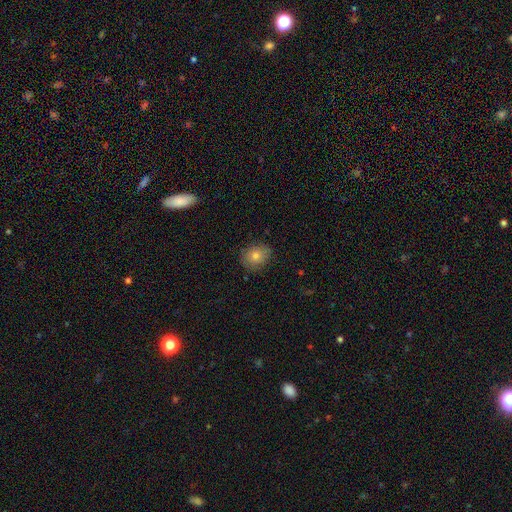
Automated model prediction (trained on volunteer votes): A smooth galaxy with no disk features (73%) that is round (65%).

Vote fractions:
- Smooth or featured? smooth: 73% / featured or disk: 16% / star or artifact: 11%
- How rounded? round: 65% / in between: 34% / cigar-shaped: 1%
- Merging? none: 83% / minor disturbance: 13% / major disturbance: 3% / merger: 1%